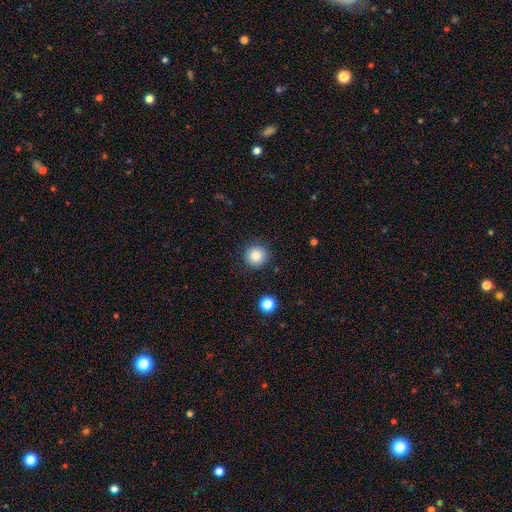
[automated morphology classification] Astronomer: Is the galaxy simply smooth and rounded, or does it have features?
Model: smooth — 84%.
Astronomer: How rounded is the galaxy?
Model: round — 95%.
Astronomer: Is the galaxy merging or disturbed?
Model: none — 90%.